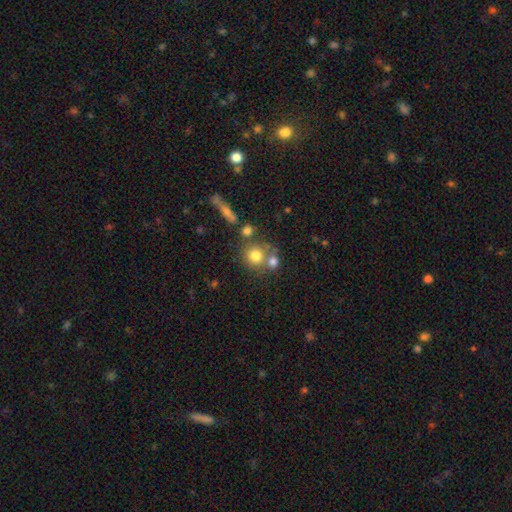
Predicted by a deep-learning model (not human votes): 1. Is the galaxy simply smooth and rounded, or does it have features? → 75% smooth, 13% star or artifact, 12% featured or disk.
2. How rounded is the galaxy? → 86% round, 12% in between, 1% cigar-shaped.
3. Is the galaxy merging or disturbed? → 54% none, 31% merger, 10% minor disturbance, 5% major disturbance.